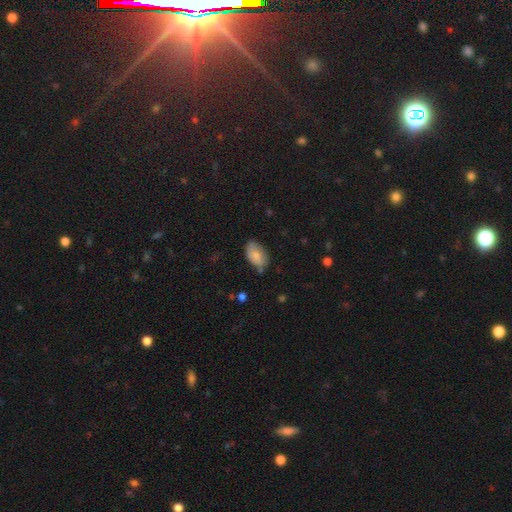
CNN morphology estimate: A smooth galaxy with no disk features (82%) that is in between round and cigar-shaped (92%).

Vote fractions:
- Smooth or featured? smooth: 82% / featured or disk: 11% / star or artifact: 7%
- How rounded? in between: 92% / round: 7% / cigar-shaped: 1%
- Merging? none: 67% / minor disturbance: 24% / major disturbance: 5% / merger: 3%